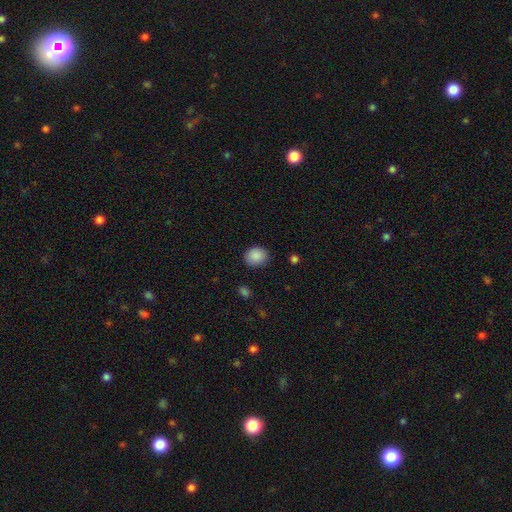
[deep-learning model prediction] A smooth galaxy with no disk features (89%) that is round (68%). Merging: none (85%).